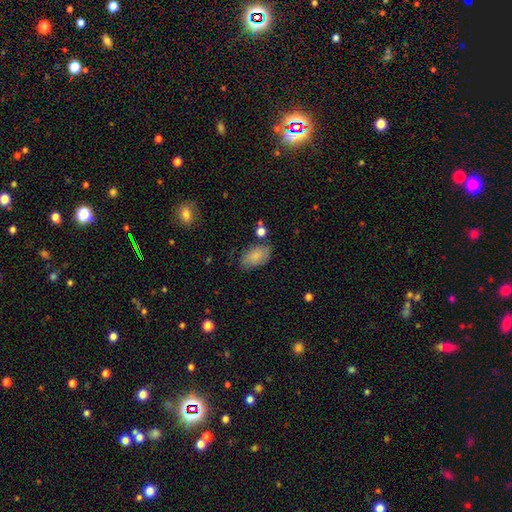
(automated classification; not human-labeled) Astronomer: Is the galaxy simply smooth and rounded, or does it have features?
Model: smooth — 79%.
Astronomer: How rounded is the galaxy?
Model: in between — 92%.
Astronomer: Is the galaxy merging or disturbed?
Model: none — 68%.